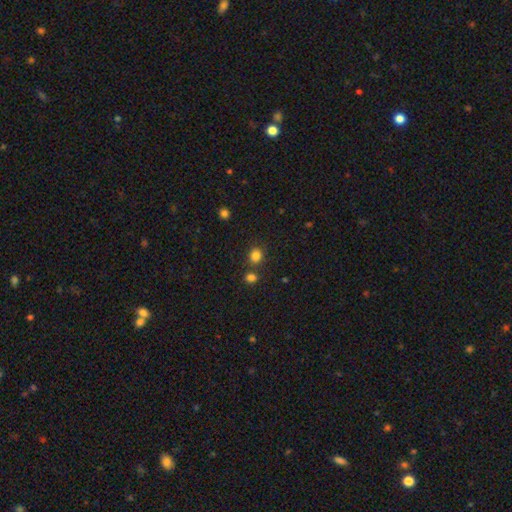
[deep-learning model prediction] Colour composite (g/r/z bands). It shows a smooth galaxy with no disk features (82%) that is round (76%). Merging: none (72%).